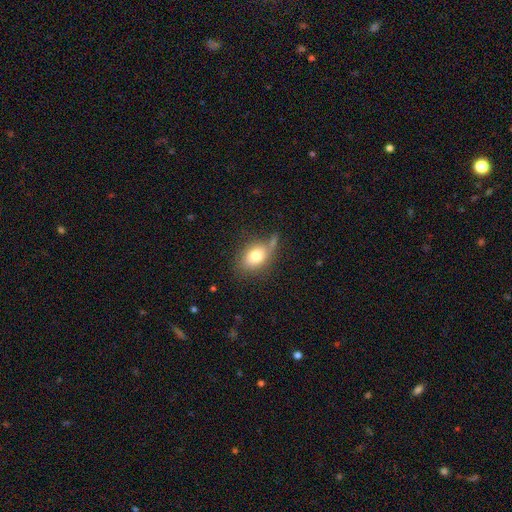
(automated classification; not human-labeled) Q: Smooth or featured?
A: smooth (76%); runner-up: featured or disk (15%)
Q: How rounded?
A: in between (73%); runner-up: round (25%)
Q: Merging?
A: none (55%); runner-up: minor disturbance (23%)